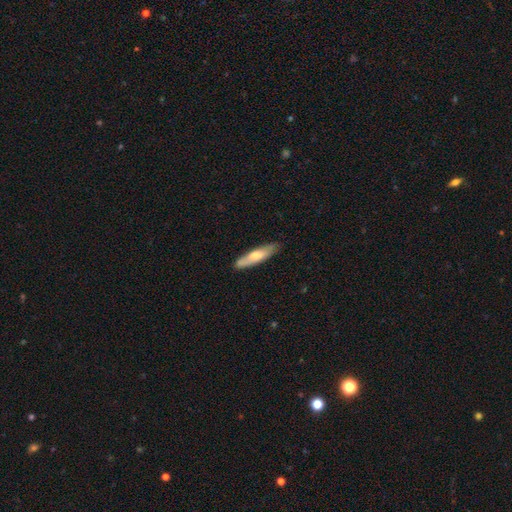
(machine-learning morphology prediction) smooth 62%, featured or disk 33%, star or artifact 5%. Down the decision tree: how rounded — cigar-shaped (74%); merging — none (84%).